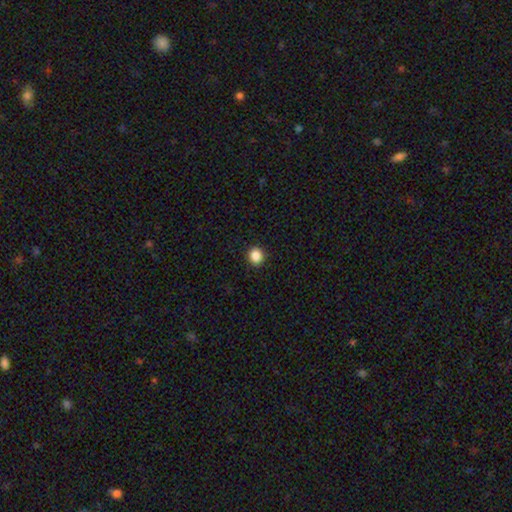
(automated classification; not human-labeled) smooth-or-featured: smooth: 87% | star or artifact: 10% | featured or disk: 3%
  how-rounded: round: 84% | in between: 15% | cigar-shaped: 1%
  merging: none: 92% | minor disturbance: 5% | major disturbance: 2% | merger: 1%